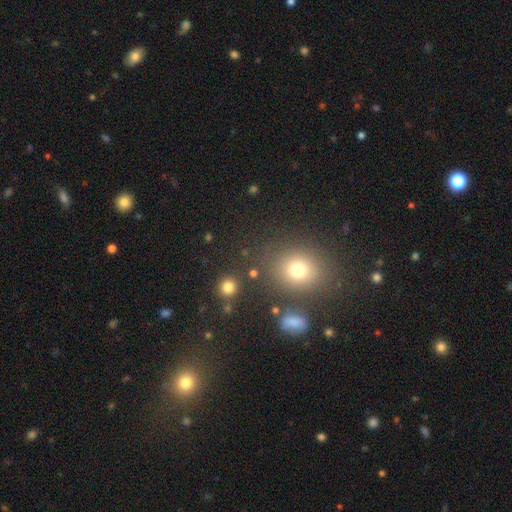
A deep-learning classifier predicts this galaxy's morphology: smooth 60%, star or artifact 31%, featured or disk 9%. Down the decision tree: how rounded — round (63%); merging — none (81%).